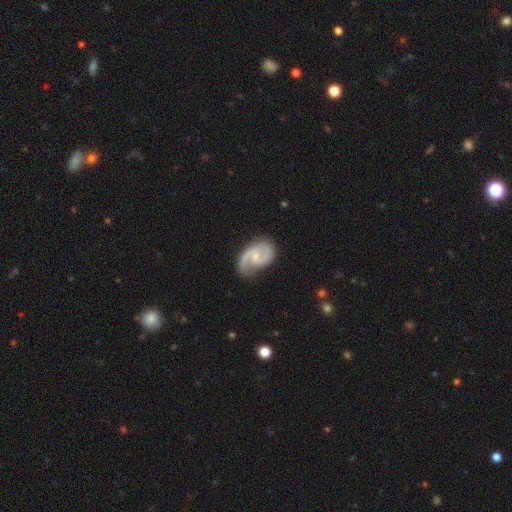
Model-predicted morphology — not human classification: type=featured or disk (84%); edge-on=no (98%); bar=no (46%, tied with weak); spiral arms=yes (96%); winding=medium (52%); arm count=2 (86%); bulge=small (65%); merging=none (71%).